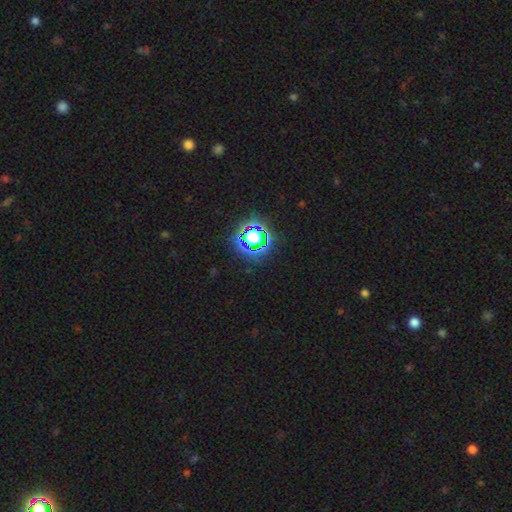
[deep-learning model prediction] This appears to be a star or artifact, not a galaxy (80%).